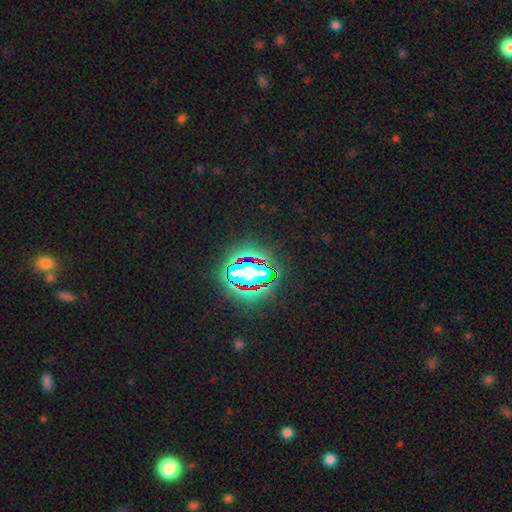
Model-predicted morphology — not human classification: Smooth or featured? star or artifact (75%)